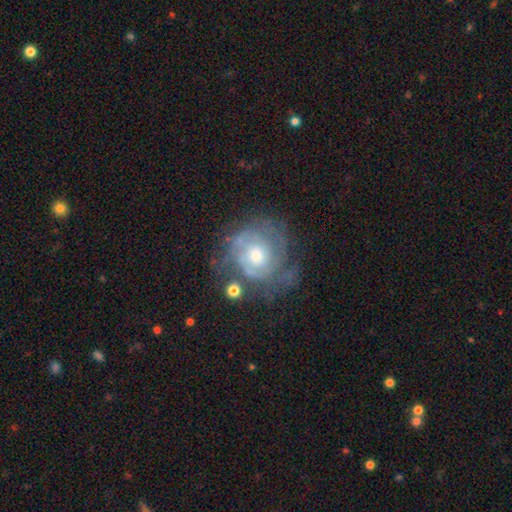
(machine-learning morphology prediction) Q: Smooth or featured?
A: featured or disk (78%); runner-up: smooth (15%)
Q: Edge-on disk?
A: no (97%); runner-up: yes (3%)
Q: Bar?
A: no (78%); runner-up: weak (19%)
Q: Spiral arms?
A: yes (86%); runner-up: no (14%)
Q: Spiral winding?
A: tight (67%); runner-up: medium (25%)
Q: Spiral arm count?
A: can't tell (45%); runner-up: 2 (26%)
Q: Bulge size?
A: moderate (64%); runner-up: small (26%)
Q: Merging?
A: none (60%); runner-up: minor disturbance (22%)